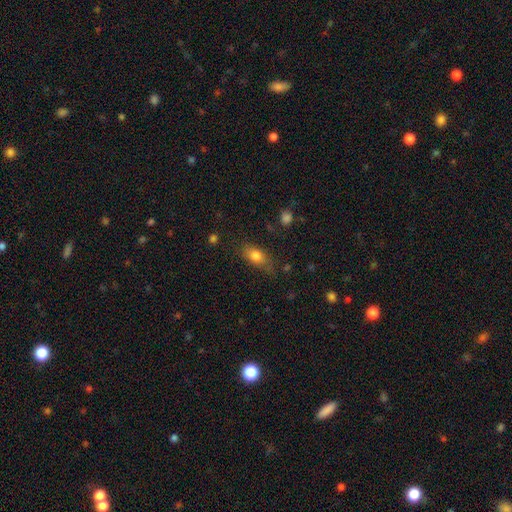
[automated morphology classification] Smooth or featured?
  - smooth: 79% *
  - featured or disk: 12%
  - star or artifact: 9%
How rounded?
  - in between: 81% *
  - cigar-shaped: 10%
  - round: 9%
Merging?
  - none: 67% *
  - minor disturbance: 23%
  - major disturbance: 7%
  - merger: 2%